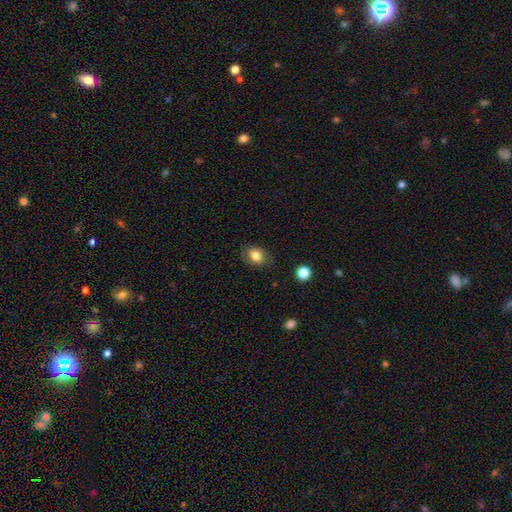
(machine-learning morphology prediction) This appears to be a smooth galaxy with no disk features (80%) that is in between round and cigar-shaped (64%). Merging: none (79%).